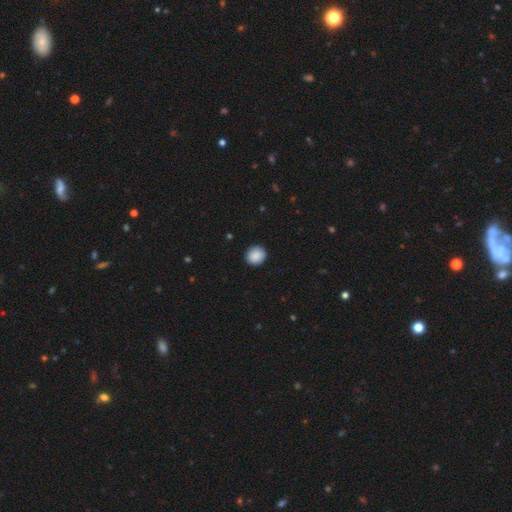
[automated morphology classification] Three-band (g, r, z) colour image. It shows a smooth galaxy with no disk features (89%) that is round (86%). Merging: none (91%).